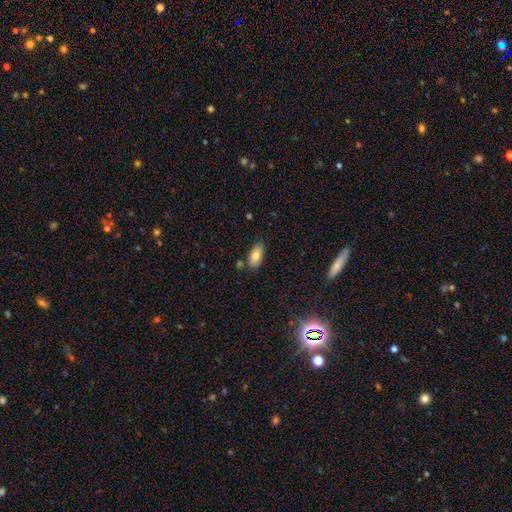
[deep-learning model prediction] A smooth galaxy with no disk features (80%) that is in between round and cigar-shaped (92%). Merging: none (75%).